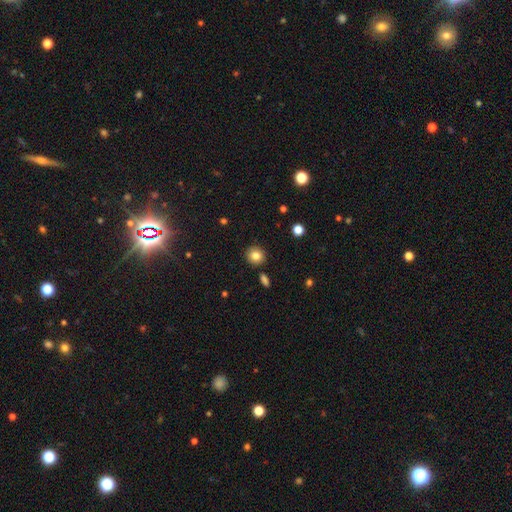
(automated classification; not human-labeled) smooth 82%, star or artifact 10%, featured or disk 8%. Down the decision tree: how rounded — round (88%); merging — none (89%).